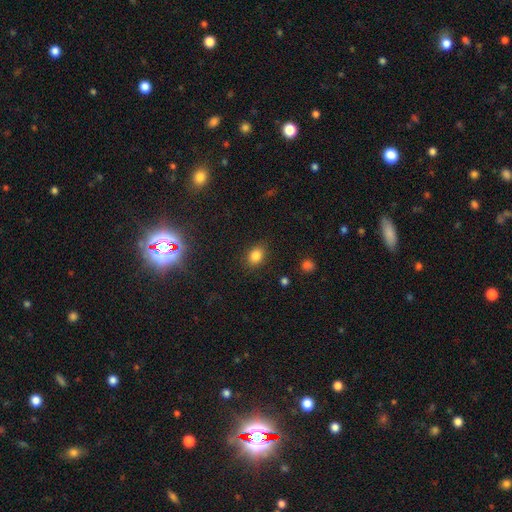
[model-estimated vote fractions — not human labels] A smooth galaxy with no disk features (83%) that is in between round and cigar-shaped (60%).

Vote fractions:
- Smooth or featured? smooth: 83% / star or artifact: 12% / featured or disk: 5%
- How rounded? in between: 60% / round: 39% / cigar-shaped: 1%
- Merging? none: 83% / minor disturbance: 12% / major disturbance: 3% / merger: 1%